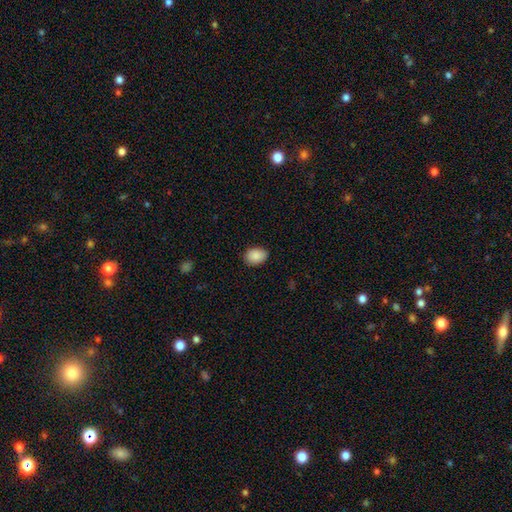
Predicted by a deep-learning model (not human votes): Morphology: type=smooth (89%); roundness=in between (73%); merging=none (82%).